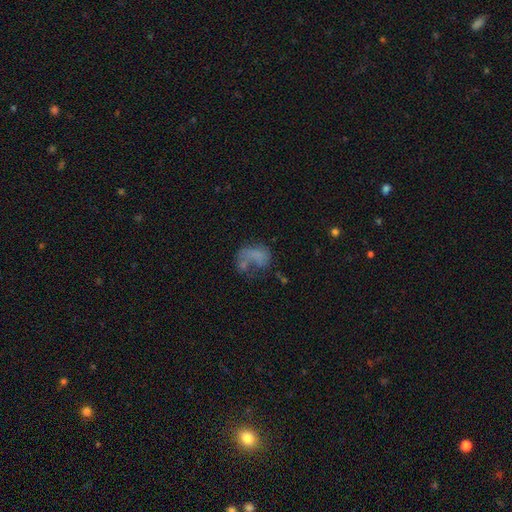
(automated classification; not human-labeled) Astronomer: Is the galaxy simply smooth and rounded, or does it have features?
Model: smooth — 51% (runner-up: featured or disk, 34%).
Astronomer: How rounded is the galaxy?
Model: in between — 71%.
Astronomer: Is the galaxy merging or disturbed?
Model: major disturbance — 37% (runner-up: none, 26%).